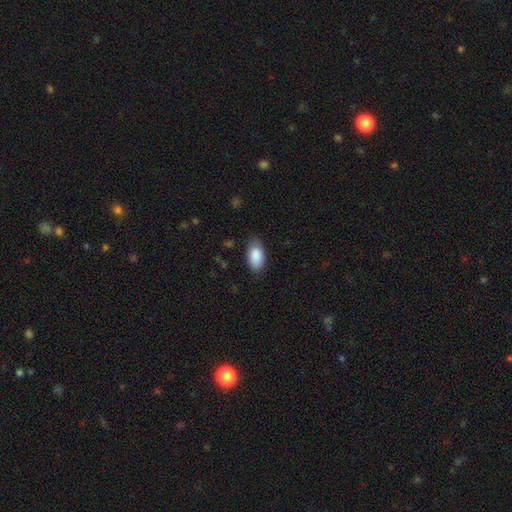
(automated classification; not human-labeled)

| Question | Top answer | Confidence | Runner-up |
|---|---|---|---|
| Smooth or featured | smooth | 89% | star or artifact (6%) |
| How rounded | in between | 94% | round (3%) |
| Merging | none | 79% | minor disturbance (17%) |